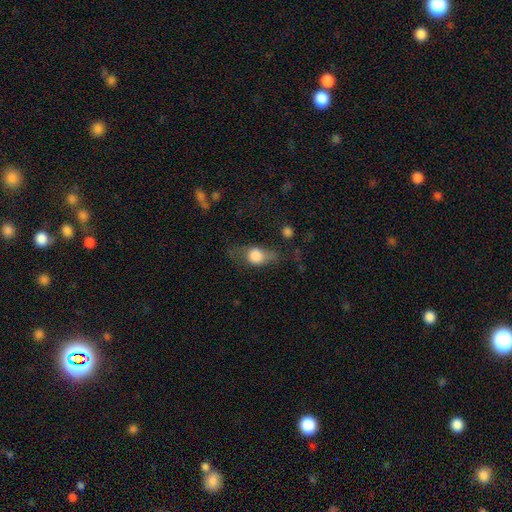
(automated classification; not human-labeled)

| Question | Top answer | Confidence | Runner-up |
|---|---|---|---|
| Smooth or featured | smooth | 70% | featured or disk (21%) |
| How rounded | in between | 54% | round (40%) |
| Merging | none | 38% | minor disturbance (30%) |